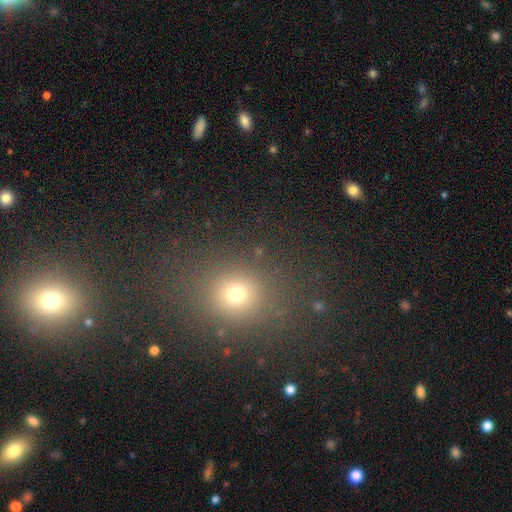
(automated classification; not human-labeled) This appears to be a smooth galaxy with no disk features (56%) that is round (74%). Merging: none (83%).